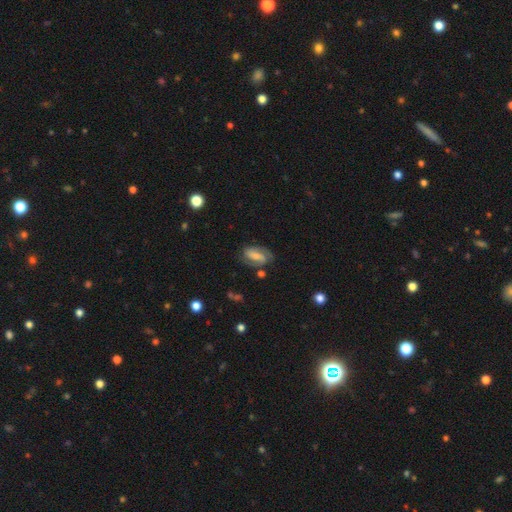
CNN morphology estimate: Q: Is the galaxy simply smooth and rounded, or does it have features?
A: featured or disk — 67%.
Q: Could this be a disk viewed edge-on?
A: no — 95%.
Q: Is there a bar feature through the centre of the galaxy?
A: weak — 38%, tied with strong.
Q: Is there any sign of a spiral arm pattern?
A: yes — 90%.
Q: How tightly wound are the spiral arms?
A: medium — 46%.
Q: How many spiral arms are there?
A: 2 — 83%.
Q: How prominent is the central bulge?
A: small — 46%.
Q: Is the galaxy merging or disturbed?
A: none — 70%.